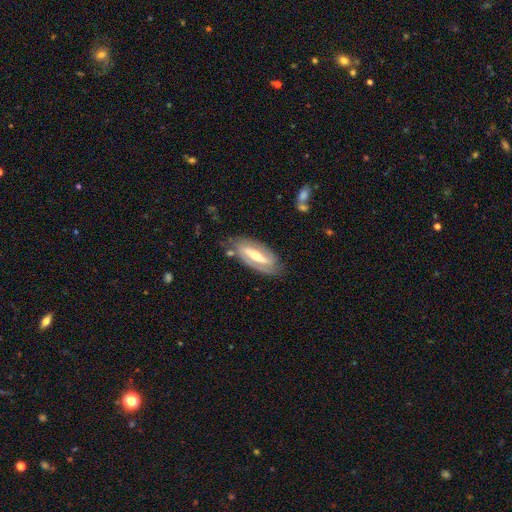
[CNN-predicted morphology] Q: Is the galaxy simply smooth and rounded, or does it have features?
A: featured or disk — 77%.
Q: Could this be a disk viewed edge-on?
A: no — 83%.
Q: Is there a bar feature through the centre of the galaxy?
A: strong — 65%.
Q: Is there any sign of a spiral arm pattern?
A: yes — 79%.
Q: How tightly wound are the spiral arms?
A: medium — 40%.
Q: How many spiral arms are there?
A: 2 — 79%.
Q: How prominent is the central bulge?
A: moderate — 63%.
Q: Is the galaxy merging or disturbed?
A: none — 76%.